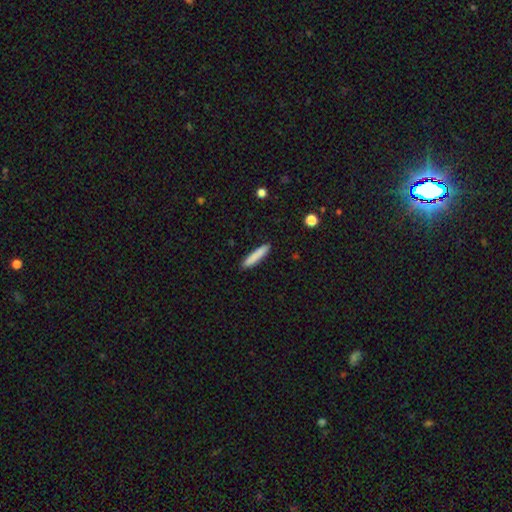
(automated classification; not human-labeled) Smooth or featured? Predicted: smooth (p=0.84). How rounded? Predicted: cigar-shaped (p=0.90). Merging? Predicted: none (p=0.90).